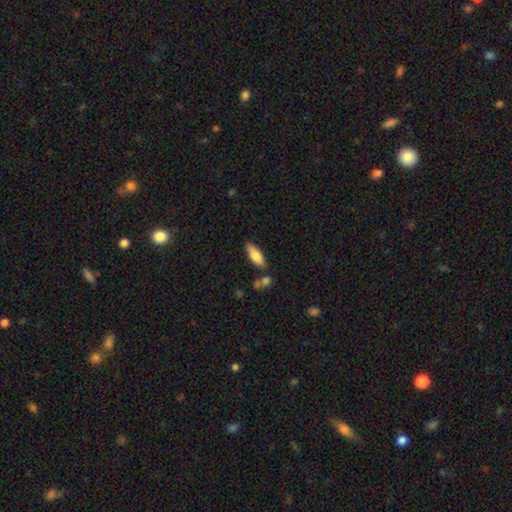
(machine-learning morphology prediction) This is likely a smooth galaxy (80%). How rounded: likely in between (66%). Merging: likely none (74%).